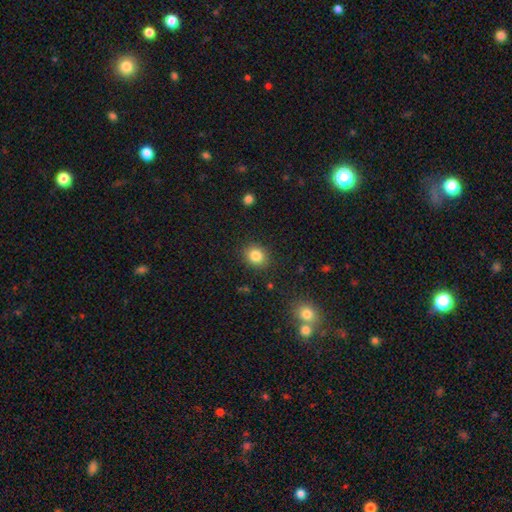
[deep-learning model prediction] smooth-or-featured: smooth: 83% | star or artifact: 10% | featured or disk: 6%
  how-rounded: round: 64% | in between: 35% | cigar-shaped: 1%
  merging: none: 88% | minor disturbance: 8% | major disturbance: 2% | merger: 1%